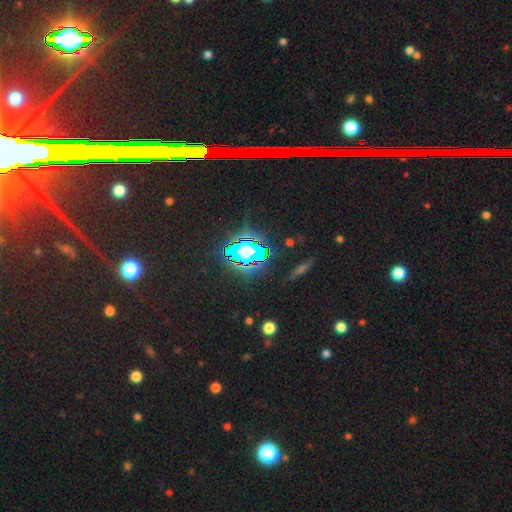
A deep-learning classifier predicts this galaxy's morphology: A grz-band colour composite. It shows a star or artifact, not a galaxy (84%).